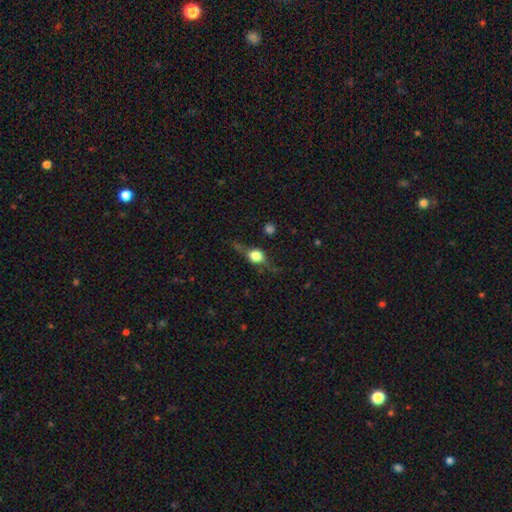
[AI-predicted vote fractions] smooth 49%, featured or disk 39%, star or artifact 12%. Down the decision tree: merging — none (63%).